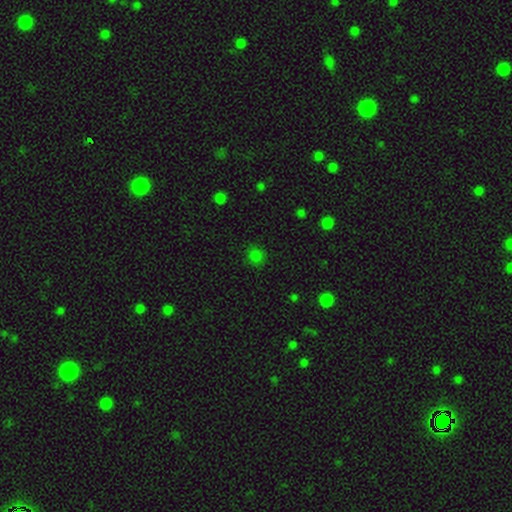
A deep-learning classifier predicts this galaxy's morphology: Smooth or featured? Predicted: smooth (p=0.78). How rounded? Predicted: round (p=0.86). Merging? Predicted: none (p=0.87).